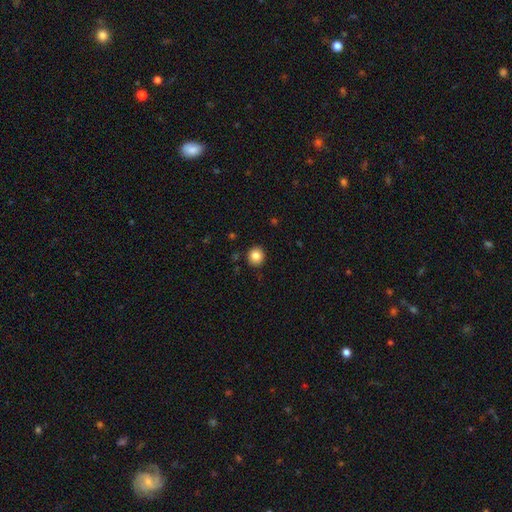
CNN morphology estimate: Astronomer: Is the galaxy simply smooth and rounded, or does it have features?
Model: smooth — 84%.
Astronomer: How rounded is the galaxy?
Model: round — 88%.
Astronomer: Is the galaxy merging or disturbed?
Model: none — 90%.